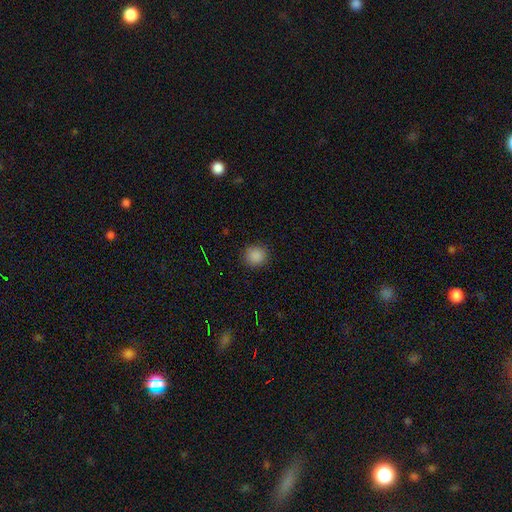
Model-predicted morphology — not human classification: type=smooth (87%); roundness=round (91%); merging=none (90%).